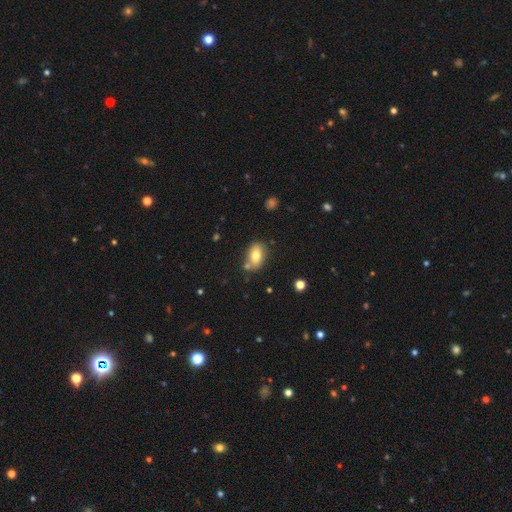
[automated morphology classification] A smooth galaxy with no disk features (75%) that is in between round and cigar-shaped (86%).

Vote fractions:
- Smooth or featured? smooth: 75% / featured or disk: 16% / star or artifact: 9%
- How rounded? in between: 86% / round: 12% / cigar-shaped: 2%
- Merging? none: 69% / minor disturbance: 14% / merger: 13% / major disturbance: 4%